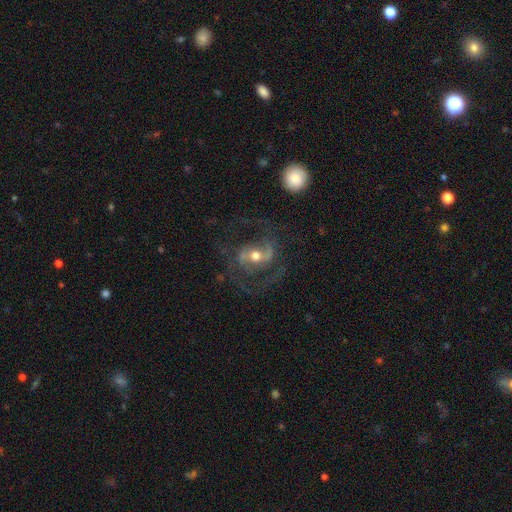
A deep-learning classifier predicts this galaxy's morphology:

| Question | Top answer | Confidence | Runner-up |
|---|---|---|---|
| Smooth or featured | featured or disk | 83% | smooth (10%) |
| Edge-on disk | no | 96% | yes (4%) |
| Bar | weak | 40% | strong (32%) |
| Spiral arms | yes | 91% | no (9%) |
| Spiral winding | medium | 54% | loose (30%) |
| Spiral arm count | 2 | 79% | can't tell (7%) |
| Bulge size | moderate | 69% | small (23%) |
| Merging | none | 64% | major disturbance (18%) |